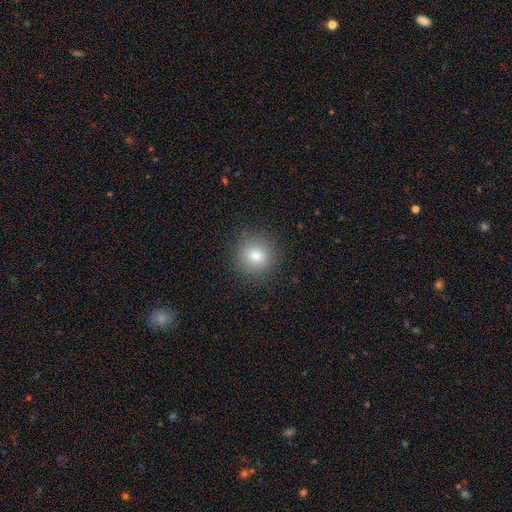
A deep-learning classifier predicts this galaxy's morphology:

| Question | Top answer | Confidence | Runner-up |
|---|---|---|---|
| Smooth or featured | smooth | 79% | star or artifact (12%) |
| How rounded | round | 90% | in between (9%) |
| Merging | none | 89% | minor disturbance (7%) |